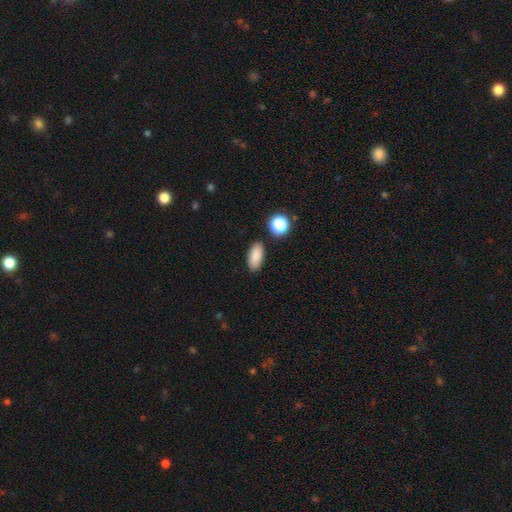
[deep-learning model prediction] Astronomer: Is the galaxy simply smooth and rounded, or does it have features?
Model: smooth — 85%.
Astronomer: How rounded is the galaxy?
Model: in between — 88%.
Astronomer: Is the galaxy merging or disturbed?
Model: none — 86%.